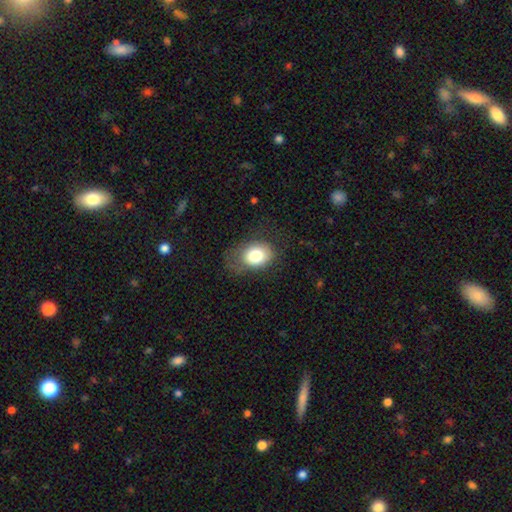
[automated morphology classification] Q: Smooth or featured?
A: smooth (79%); runner-up: featured or disk (12%)
Q: How rounded?
A: in between (64%); runner-up: round (35%)
Q: Merging?
A: none (59%); runner-up: minor disturbance (25%)